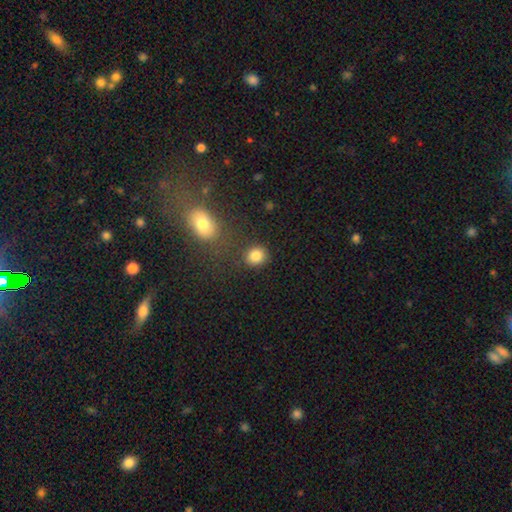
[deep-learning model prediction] Smooth or featured? Predicted: smooth (p=0.84). How rounded? Predicted: round (p=0.76). Merging? Predicted: none (p=0.81).